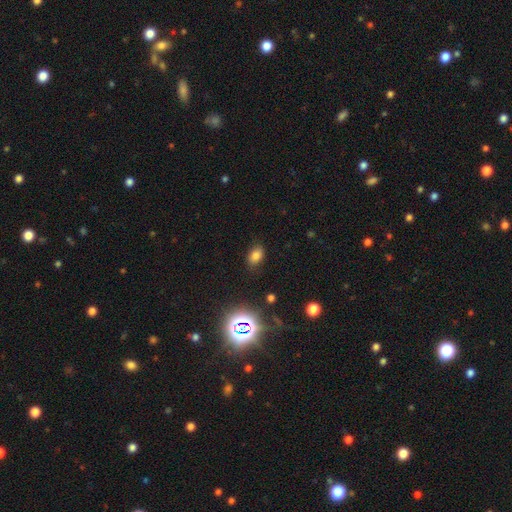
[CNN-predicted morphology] This appears to be a smooth galaxy with no disk features (73%) that is in between round and cigar-shaped (81%). Merging: none (83%).